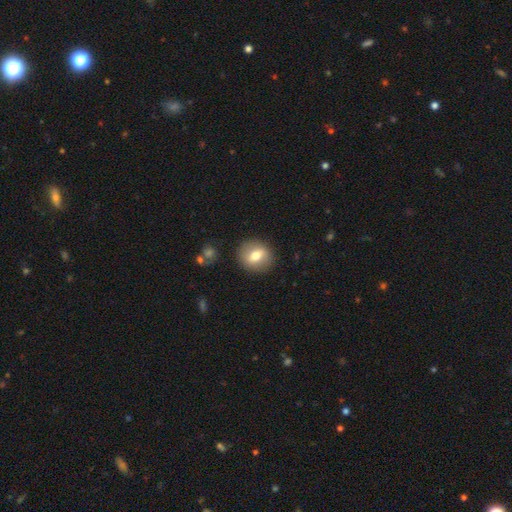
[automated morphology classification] A smooth galaxy with no disk features (65%) that is round (74%). Merging: none (88%).